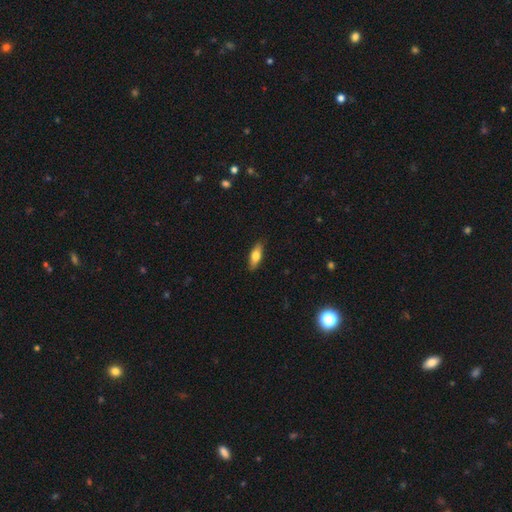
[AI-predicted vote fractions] Smooth or featured?
  - smooth: 67% *
  - featured or disk: 27%
  - star or artifact: 6%
How rounded?
  - in between: 63% *
  - cigar-shaped: 34%
  - round: 3%
Merging?
  - none: 87% *
  - minor disturbance: 10%
  - major disturbance: 2%
  - merger: 1%